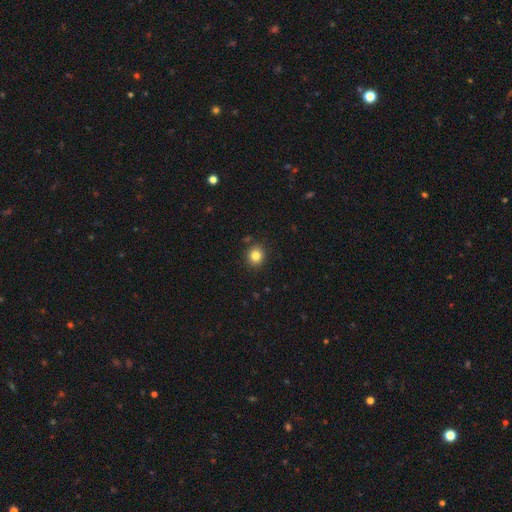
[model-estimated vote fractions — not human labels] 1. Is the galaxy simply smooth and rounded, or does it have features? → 82% smooth, 12% star or artifact, 6% featured or disk.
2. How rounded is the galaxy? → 84% round, 15% in between, 1% cigar-shaped.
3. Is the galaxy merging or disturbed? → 89% none, 7% minor disturbance, 2% merger, 2% major disturbance.